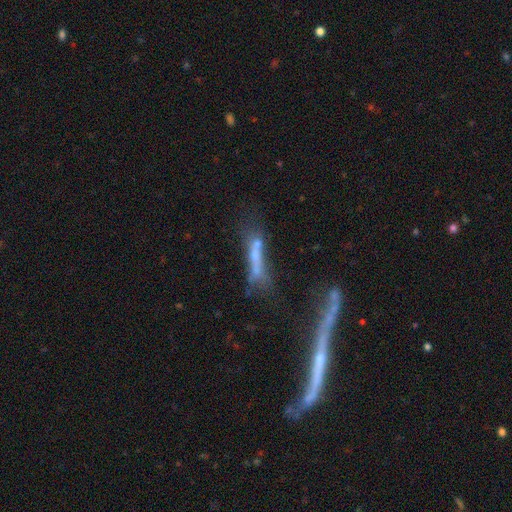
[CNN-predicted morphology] This is possibly a featured or disk galaxy (45%). Merging: marginally merger (32%).